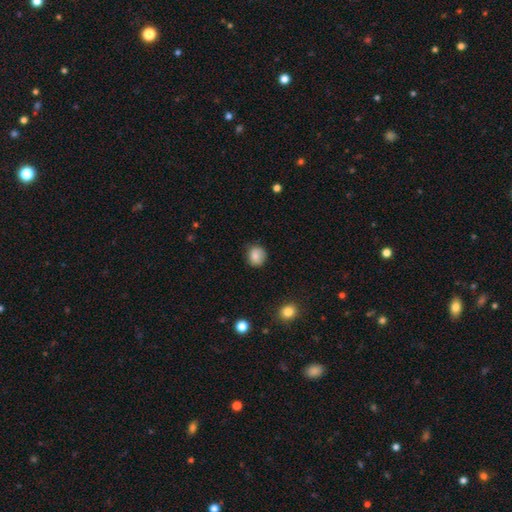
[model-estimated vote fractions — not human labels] Smooth or featured: smooth — 84% (star or artifact — 9%)
How rounded: round — 80% (in between — 19%)
Merging: none — 77% (minor disturbance — 18%)